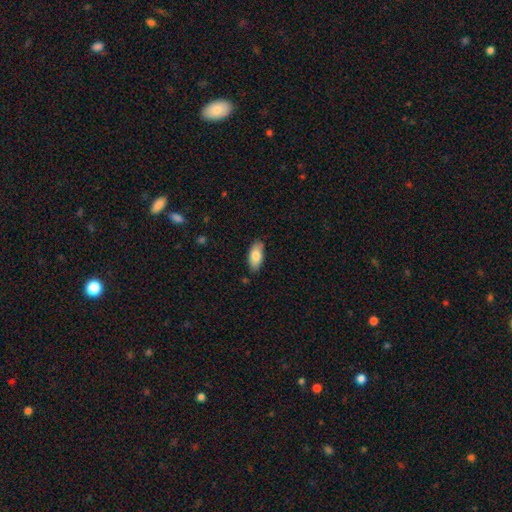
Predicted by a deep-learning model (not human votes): This is clearly a smooth galaxy (83%). How rounded: clearly in between (89%). Merging: clearly none (84%).